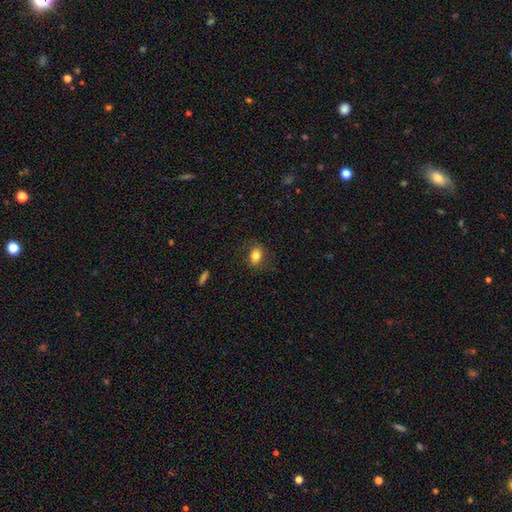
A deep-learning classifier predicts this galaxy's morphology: A smooth galaxy with no disk features (82%) that is in between round and cigar-shaped (71%). Merging: none (82%).